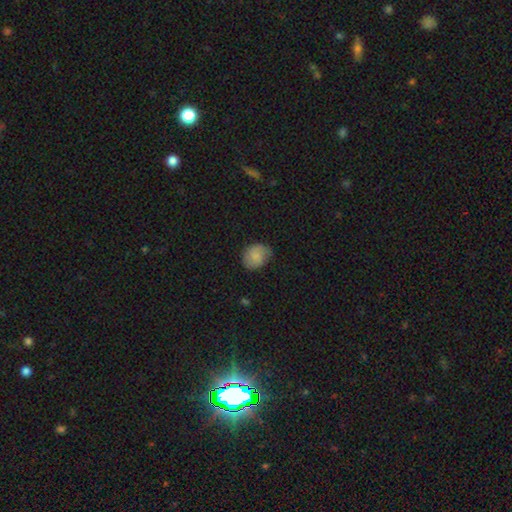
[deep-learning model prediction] Smooth or featured: smooth — 78% (featured or disk — 15%)
How rounded: round — 52% (in between — 47%)
Merging: none — 66% (minor disturbance — 27%)